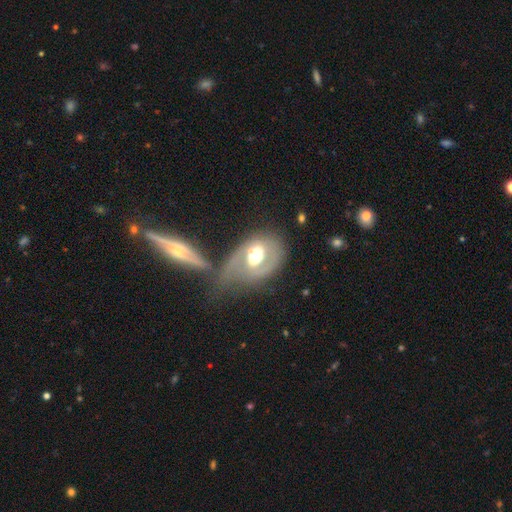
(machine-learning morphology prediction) Overall: featured or disk (63%; smooth 30%). Edge-on disk: no (93%). Bar: no (56%; weak 29%). Spiral arms: yes (53%; no 47%). Bulge size: moderate (53%; large 38%). Merging: none (30%; merger 28%).